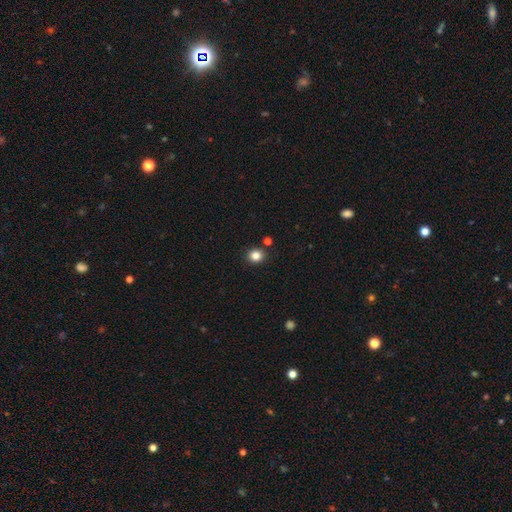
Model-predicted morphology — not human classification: This is clearly a smooth galaxy (83%). How rounded: likely round (77%). Merging: clearly none (86%).